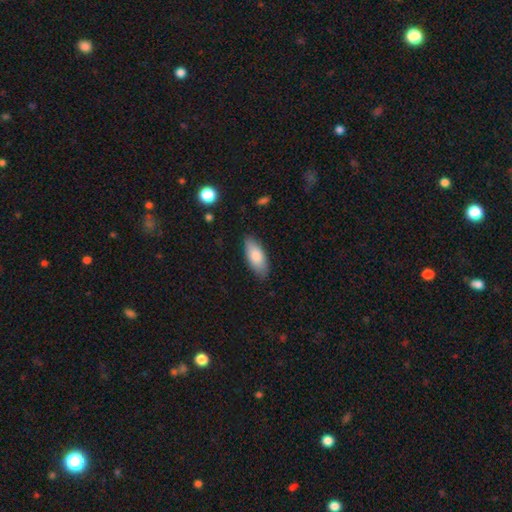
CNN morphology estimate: Smooth or featured? smooth (83%)
How rounded? in between (81%)
Merging? none (83%)